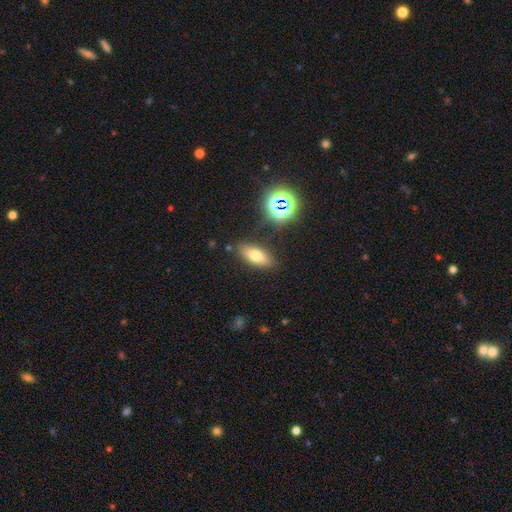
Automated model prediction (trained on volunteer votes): This is likely a smooth galaxy (68%). How rounded: likely in between (77%). Merging: clearly none (82%).